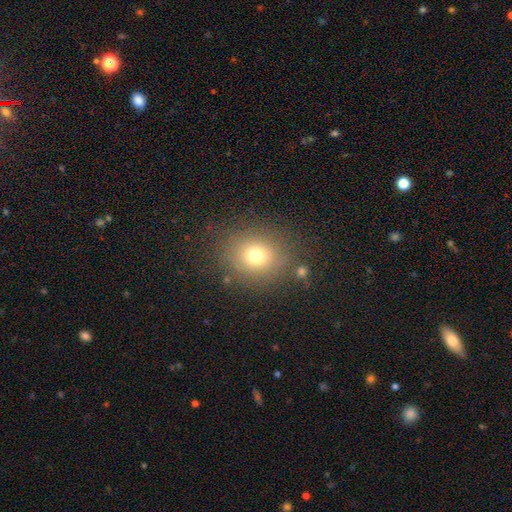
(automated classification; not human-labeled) This appears to be a smooth galaxy with no disk features (72%) that is round (71%). Merging: none (81%).